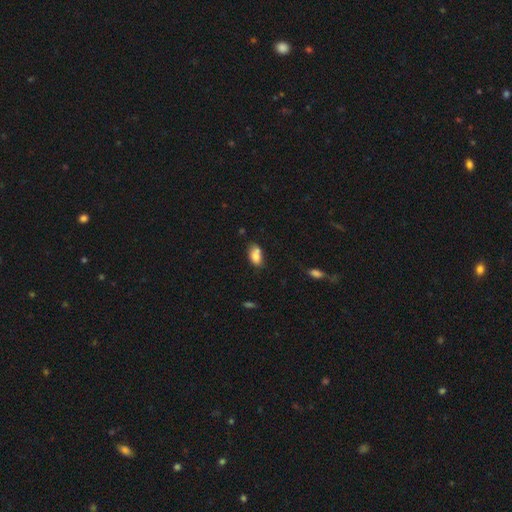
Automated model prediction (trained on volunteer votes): This appears to be a smooth galaxy with no disk features (79%) that is in between round and cigar-shaped (88%). Merging: none (48%).